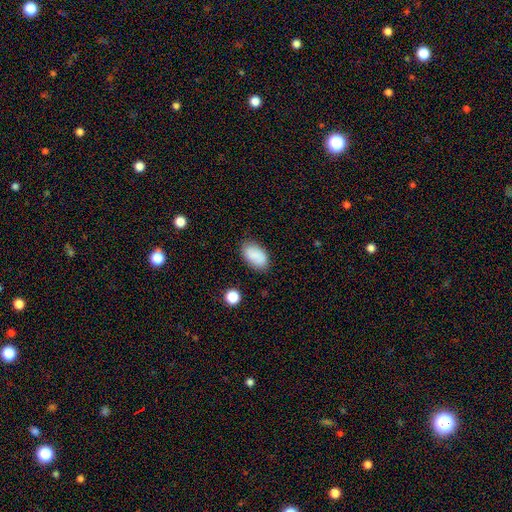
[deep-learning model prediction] Morphology: type=smooth (84%); roundness=in between (94%); merging=none (82%).